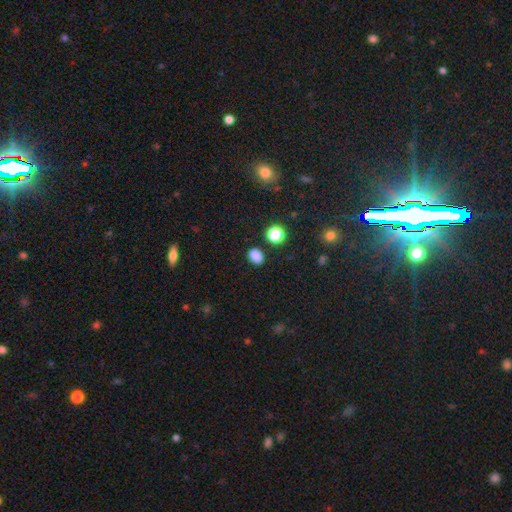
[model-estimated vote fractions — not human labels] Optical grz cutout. It shows a smooth galaxy with no disk features (83%) that is in between round and cigar-shaped (58%). Merging: none (86%).